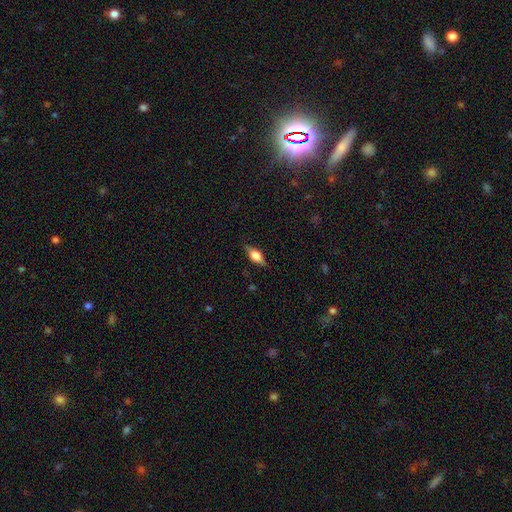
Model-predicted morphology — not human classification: Q: Smooth or featured?
A: smooth (54%); runner-up: featured or disk (38%)
Q: How rounded?
A: in between (74%); runner-up: cigar-shaped (20%)
Q: Merging?
A: none (82%); runner-up: minor disturbance (14%)